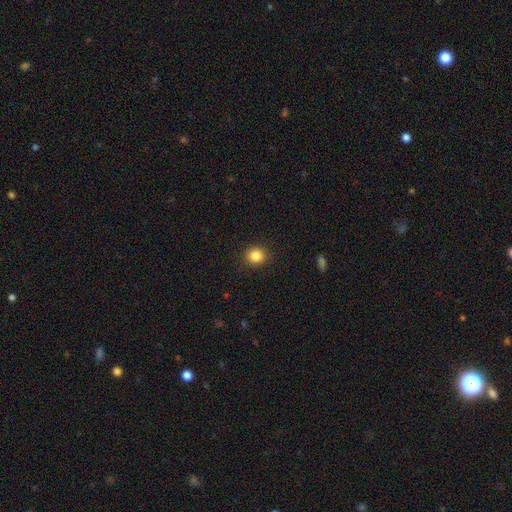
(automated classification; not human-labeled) Morphology: type=smooth (85%); roundness=round (85%); merging=none (90%).